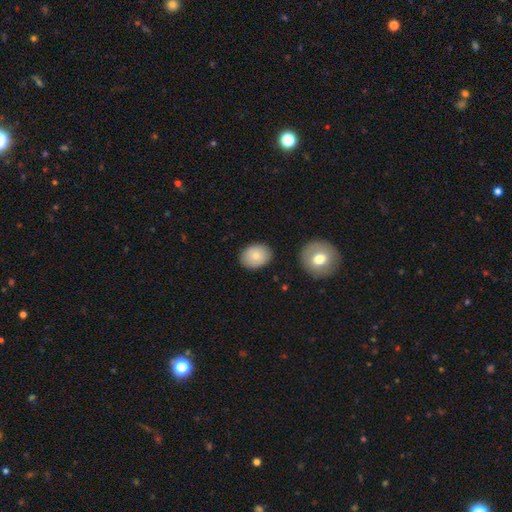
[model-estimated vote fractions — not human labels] smooth_or_featured: smooth (p=0.79) [alt: featured or disk p=0.13]
how_rounded: in between (p=0.57) [alt: round p=0.42]
merging: none (p=0.85) [alt: minor disturbance p=0.10]